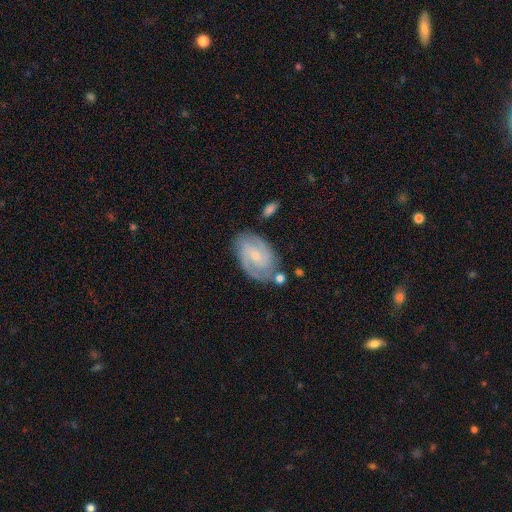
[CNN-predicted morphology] smooth-or-featured: featured or disk: 78% | smooth: 16% | star or artifact: 6%
  disk-edge-on: no: 97% | yes: 3%
    bar: no: 48% | weak: 42% | strong: 10%
    has-spiral-arms: yes: 94% | no: 6%
      spiral-winding: medium: 45% | tight: 40% | loose: 15%
      spiral-arm-count: 2: 69% | can't tell: 13% | 3: 11% | 1: 3% | 4: 2% | more than 4: 2%
    bulge-size: small: 72% | moderate: 23% | none: 3% | large: 1% | dominant: 1%
  merging: none: 72% | minor disturbance: 18% | merger: 5% | major disturbance: 5%